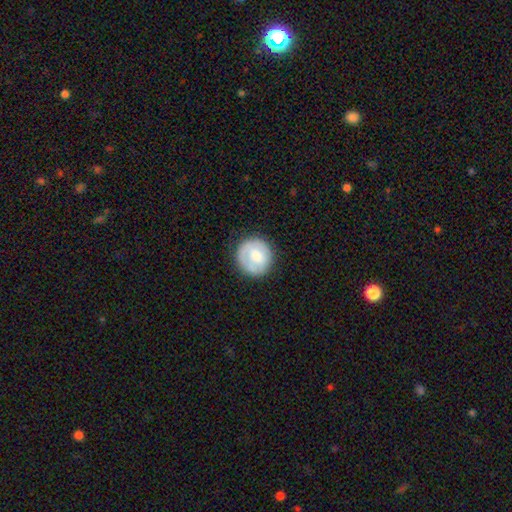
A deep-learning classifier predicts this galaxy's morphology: Smooth or featured?
  - smooth: 63% *
  - featured or disk: 31%
  - star or artifact: 6%
How rounded?
  - round: 92% *
  - in between: 7%
  - cigar-shaped: 1%
Merging?
  - none: 79% *
  - minor disturbance: 14%
  - major disturbance: 6%
  - merger: 2%